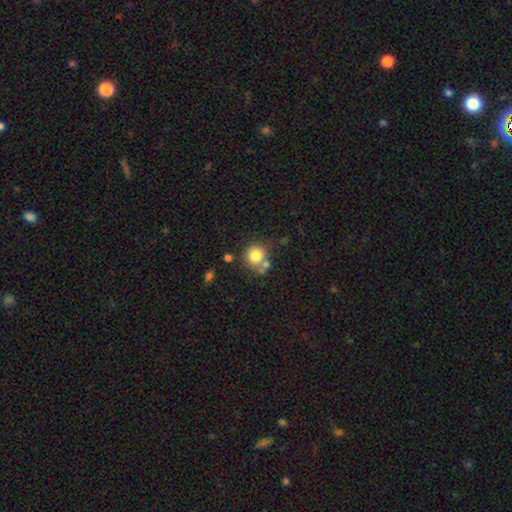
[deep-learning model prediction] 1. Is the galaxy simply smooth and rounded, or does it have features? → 80% smooth, 10% star or artifact, 9% featured or disk.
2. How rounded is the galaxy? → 88% round, 11% in between, 1% cigar-shaped.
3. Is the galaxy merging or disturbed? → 60% none, 21% merger, 14% minor disturbance, 6% major disturbance.